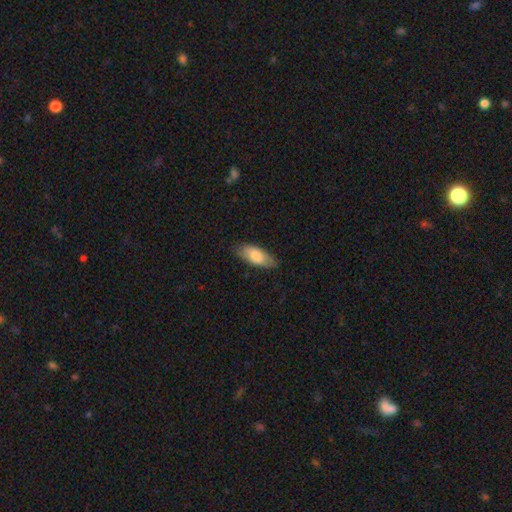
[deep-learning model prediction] Morphology: type=smooth (79%); roundness=in between (84%); merging=none (79%).